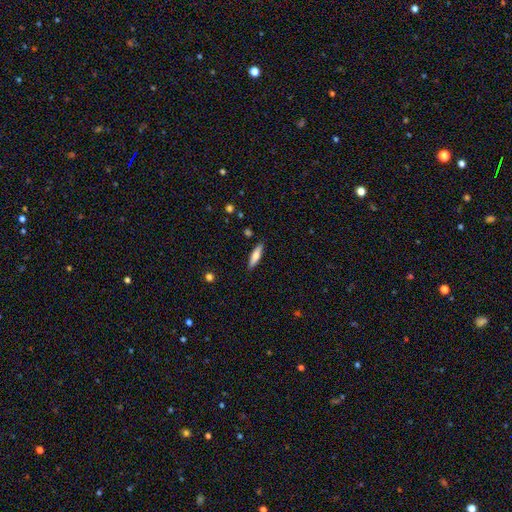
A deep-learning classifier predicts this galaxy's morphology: smooth 68%, featured or disk 26%, star or artifact 6%. Down the decision tree: how rounded — cigar-shaped (67%); merging — none (89%).